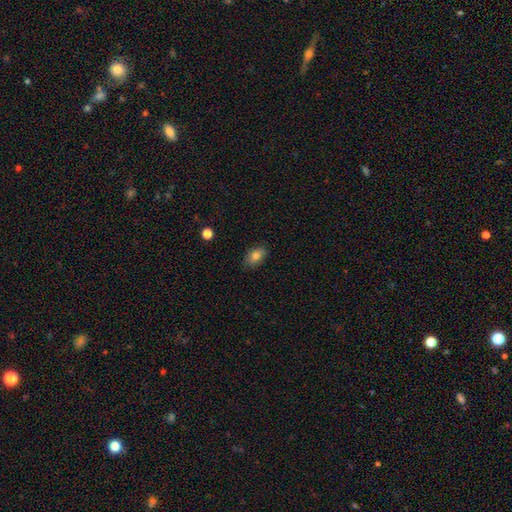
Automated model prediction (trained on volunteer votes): This appears to be a smooth galaxy with no disk features (82%) that is in between round and cigar-shaped (87%). Merging: none (83%).